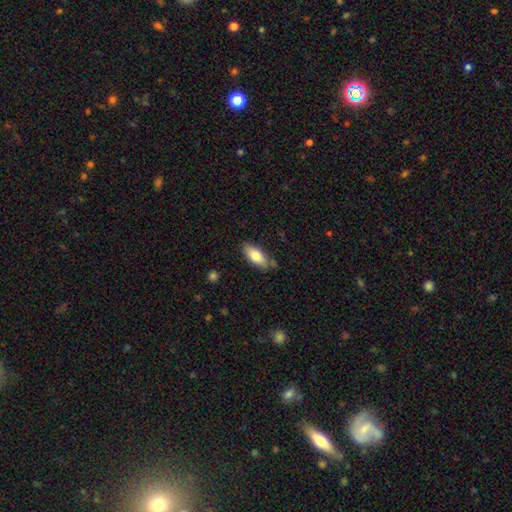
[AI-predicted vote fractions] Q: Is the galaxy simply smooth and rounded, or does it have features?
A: smooth — 75%.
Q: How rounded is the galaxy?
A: in between — 81%.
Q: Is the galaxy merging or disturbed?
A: none — 73%.